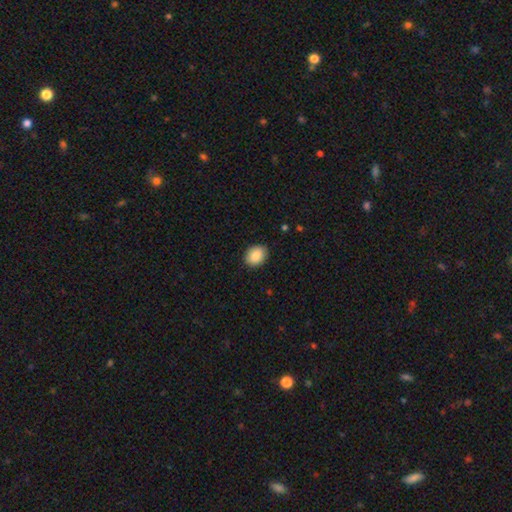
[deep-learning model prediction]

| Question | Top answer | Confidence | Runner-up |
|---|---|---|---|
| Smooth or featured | smooth | 87% | star or artifact (7%) |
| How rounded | in between | 61% | round (38%) |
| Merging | none | 89% | minor disturbance (8%) |